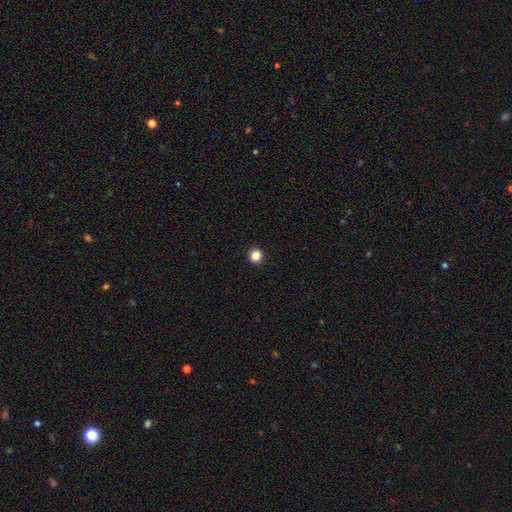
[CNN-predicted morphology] Smooth or featured? smooth (85%)
How rounded? round (94%)
Merging? none (94%)